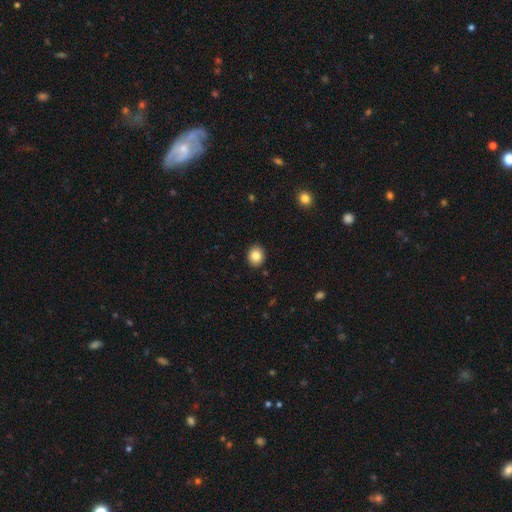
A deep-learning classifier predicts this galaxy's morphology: Smooth or featured: smooth — 84% (star or artifact — 9%)
How rounded: round — 62% (in between — 37%)
Merging: none — 91% (minor disturbance — 7%)